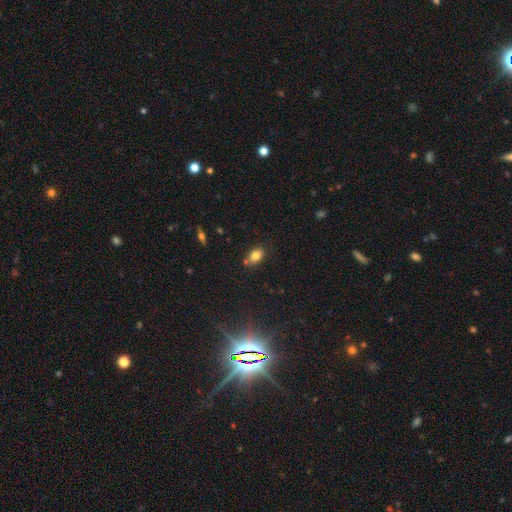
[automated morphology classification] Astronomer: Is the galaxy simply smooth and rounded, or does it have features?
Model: smooth — 80%.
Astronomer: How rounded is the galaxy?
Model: in between — 81%.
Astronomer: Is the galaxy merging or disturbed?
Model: none — 68%.